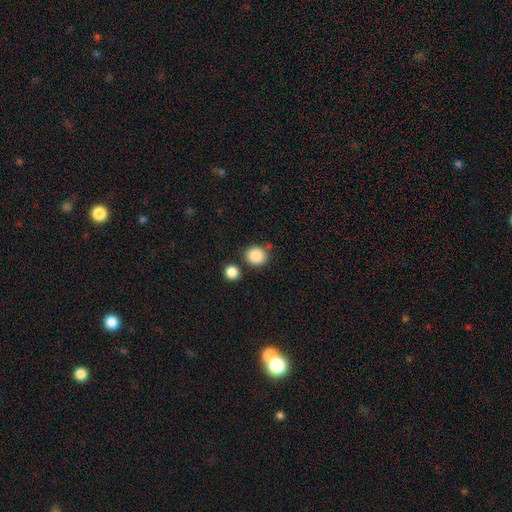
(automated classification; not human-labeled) This appears to be a smooth galaxy with no disk features (88%) that is round (83%). Merging: none (76%).